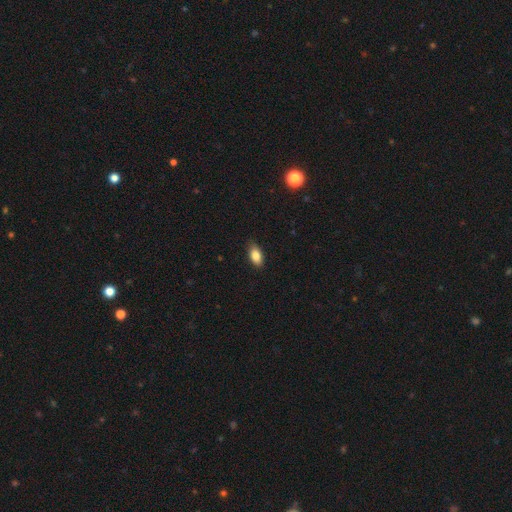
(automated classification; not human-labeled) Overall: smooth (85%). How rounded: in between (91%). Merging: none (85%).